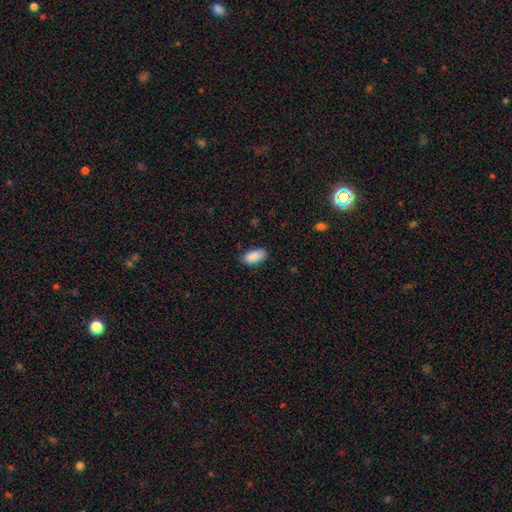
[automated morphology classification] Smooth or featured?
  - smooth: 90% *
  - star or artifact: 7%
  - featured or disk: 4%
How rounded?
  - in between: 92% *
  - cigar-shaped: 6%
  - round: 2%
Merging?
  - none: 83% *
  - minor disturbance: 14%
  - major disturbance: 3%
  - merger: 1%